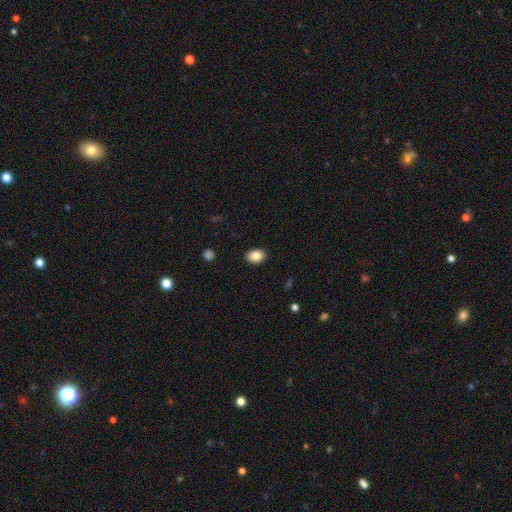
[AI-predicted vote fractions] This is clearly a smooth galaxy (86%). How rounded: likely in between (77%). Merging: clearly none (89%).